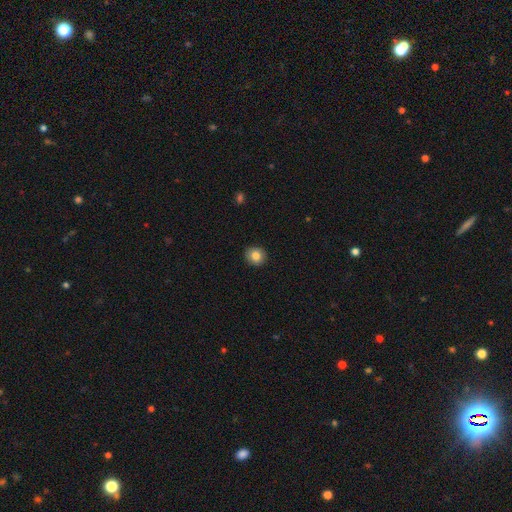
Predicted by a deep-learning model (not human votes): smooth 84%, star or artifact 9%, featured or disk 7%. Down the decision tree: how rounded — round (87%); merging — none (91%).